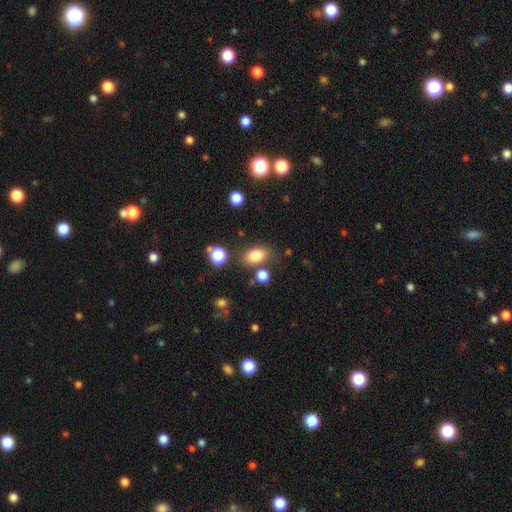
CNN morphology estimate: Smooth or featured: smooth — 82% (star or artifact — 11%)
How rounded: in between — 84% (round — 14%)
Merging: none — 74% (minor disturbance — 13%)